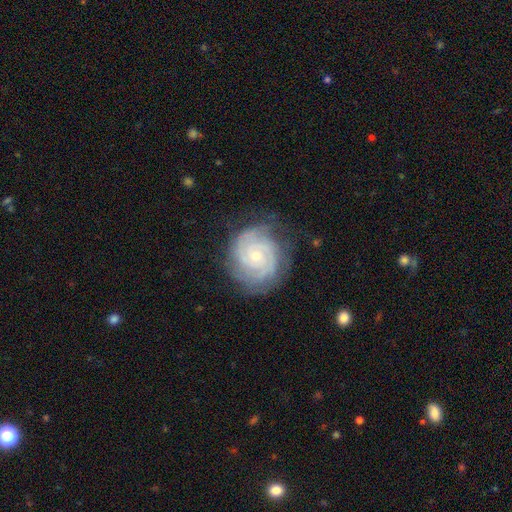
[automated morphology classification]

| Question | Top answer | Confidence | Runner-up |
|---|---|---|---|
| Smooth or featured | featured or disk | 83% | smooth (11%) |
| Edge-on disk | no | 98% | yes (2%) |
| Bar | no | 76% | weak (20%) |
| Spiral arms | yes | 96% | no (4%) |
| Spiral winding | tight | 74% | medium (21%) |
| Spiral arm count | can't tell | 29% | 2 (25%) |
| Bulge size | small | 70% | moderate (27%) |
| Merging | none | 75% | minor disturbance (17%) |